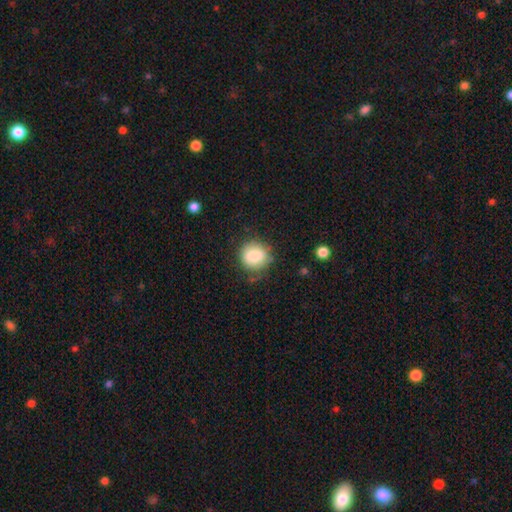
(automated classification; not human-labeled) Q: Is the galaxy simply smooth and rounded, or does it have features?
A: smooth — 85%.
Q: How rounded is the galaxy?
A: round — 80%.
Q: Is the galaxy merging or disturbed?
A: none — 73%.